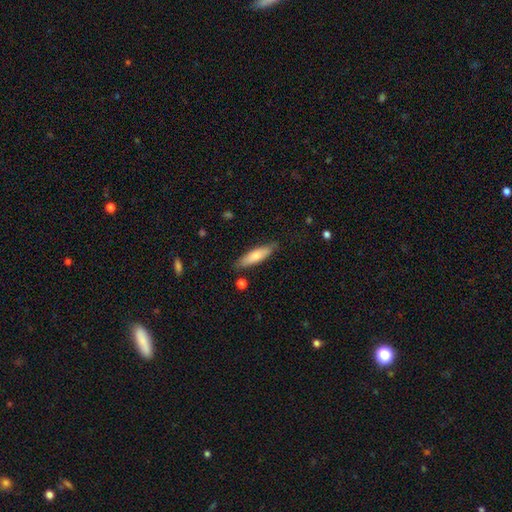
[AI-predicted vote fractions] Smooth or featured: smooth — 71% (featured or disk — 24%)
How rounded: cigar-shaped — 62% (in between — 36%)
Merging: none — 82% (minor disturbance — 13%)